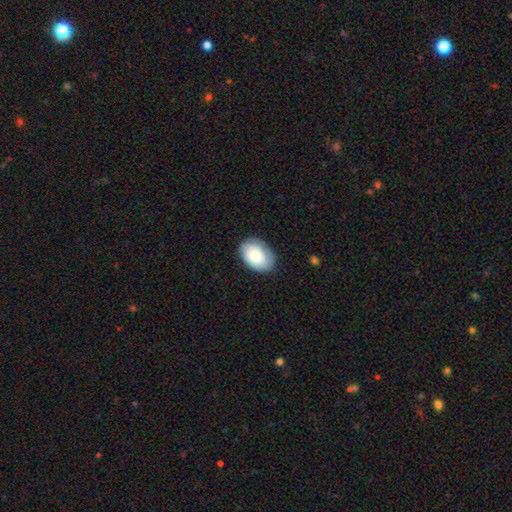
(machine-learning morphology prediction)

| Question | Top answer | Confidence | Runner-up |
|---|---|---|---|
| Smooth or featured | smooth | 69% | featured or disk (24%) |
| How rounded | in between | 82% | round (17%) |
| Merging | none | 80% | minor disturbance (15%) |